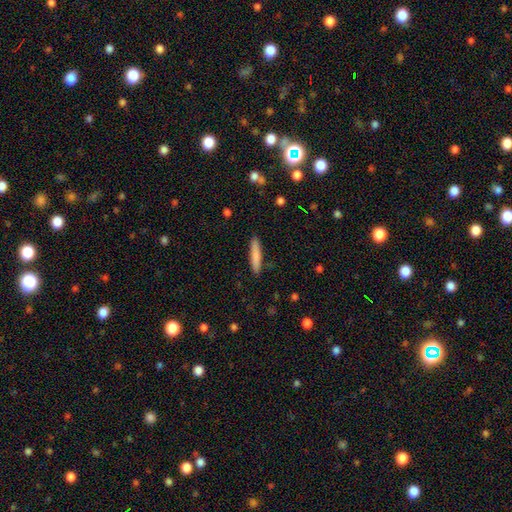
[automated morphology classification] Q: Smooth or featured?
A: smooth (82%); runner-up: featured or disk (13%)
Q: How rounded?
A: cigar-shaped (91%); runner-up: in between (8%)
Q: Merging?
A: none (90%); runner-up: minor disturbance (7%)